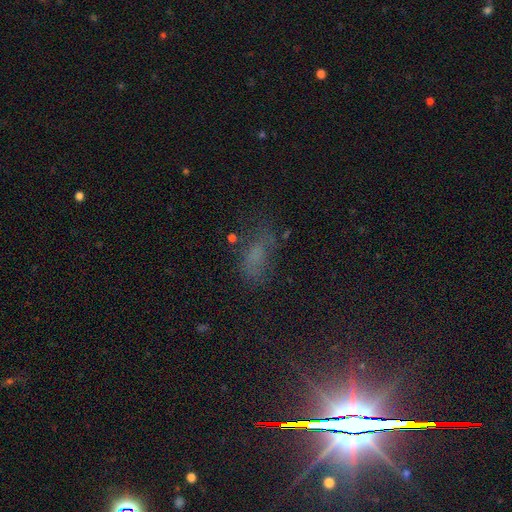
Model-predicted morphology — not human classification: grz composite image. It shows a smooth galaxy with no disk features (45%). Merging: none (52%).